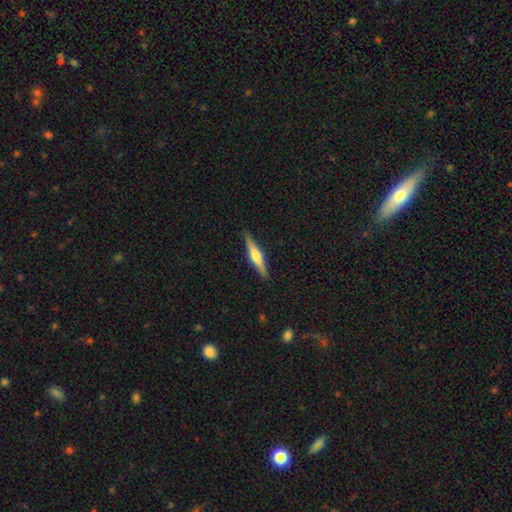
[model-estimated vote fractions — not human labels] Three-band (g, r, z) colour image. It shows a featured or disk galaxy (63%) viewed edge-on (97%) with a rounded central bulge (81%). Merging: none (90%).